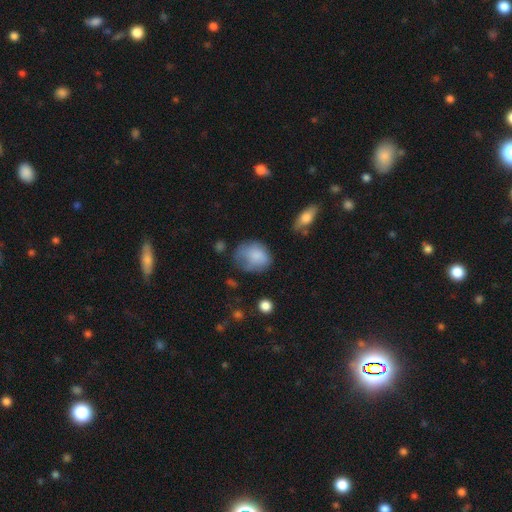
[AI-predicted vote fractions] Smooth or featured? smooth (79%)
How rounded? in between (53%)
Merging? none (46%)